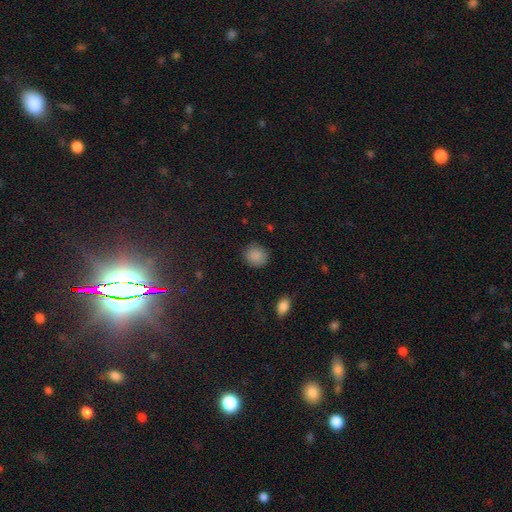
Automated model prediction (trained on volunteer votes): smooth 87%, star or artifact 9%, featured or disk 4%. Down the decision tree: how rounded — round (82%); merging — none (86%).